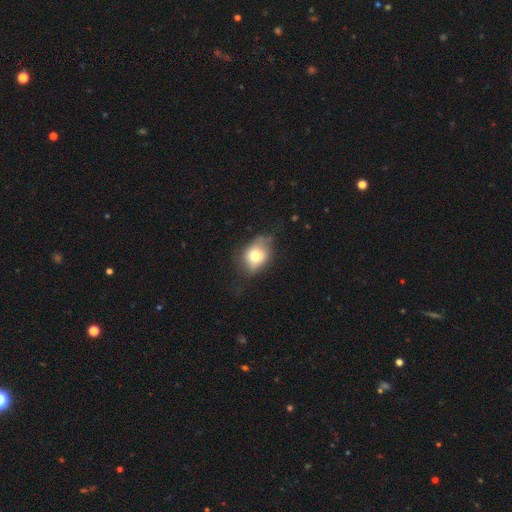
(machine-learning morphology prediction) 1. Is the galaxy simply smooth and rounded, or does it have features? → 67% smooth, 24% featured or disk, 9% star or artifact.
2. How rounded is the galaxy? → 60% in between, 38% round, 2% cigar-shaped.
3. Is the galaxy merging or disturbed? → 49% none, 35% minor disturbance, 14% major disturbance, 2% merger.